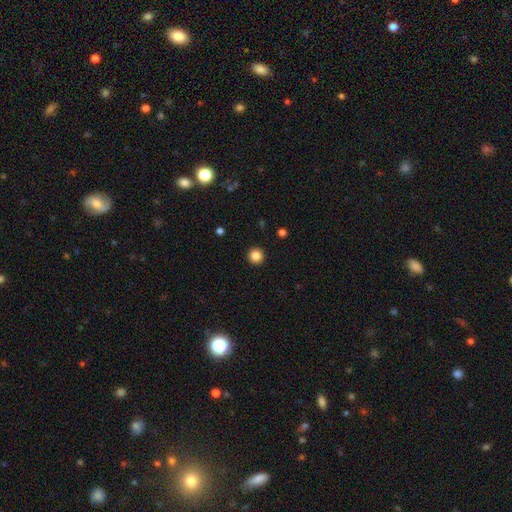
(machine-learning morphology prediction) smooth 85%, star or artifact 11%, featured or disk 4%. Down the decision tree: how rounded — round (96%); merging — none (94%).